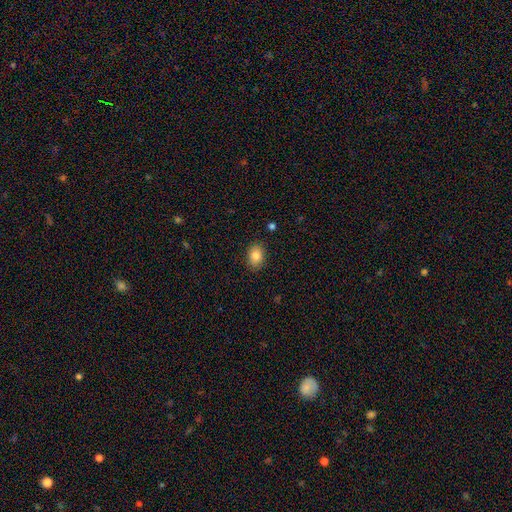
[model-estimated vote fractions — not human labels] Smooth or featured? smooth (84%)
How rounded? in between (77%)
Merging? none (87%)